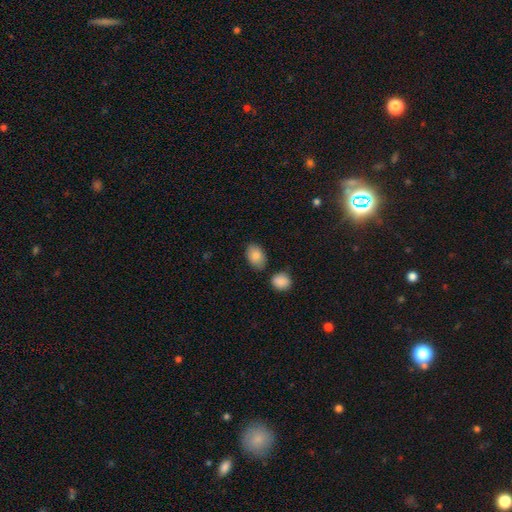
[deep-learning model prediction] This is clearly a smooth galaxy (85%). How rounded: clearly in between (85%). Merging: likely none (79%).